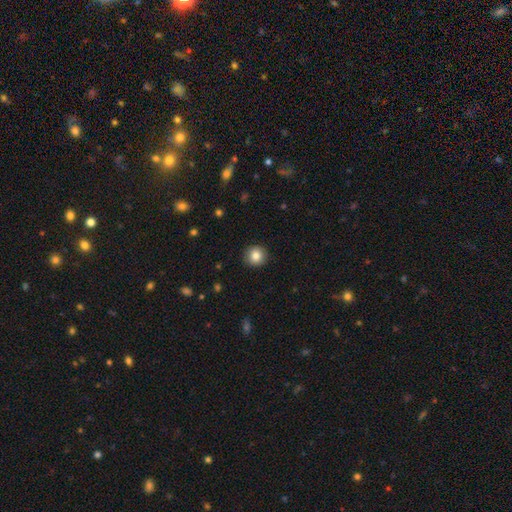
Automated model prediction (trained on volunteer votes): Morphology: type=smooth (83%); roundness=round (94%); merging=none (91%).